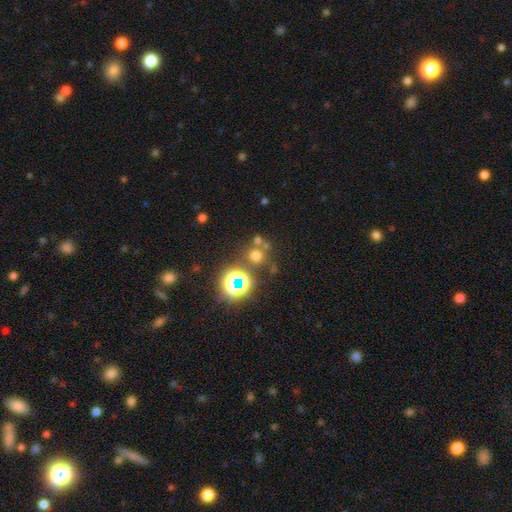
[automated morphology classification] Smooth or featured: smooth — 59% (star or artifact — 32%)
How rounded: round — 90% (in between — 9%)
Merging: none — 68% (merger — 19%)